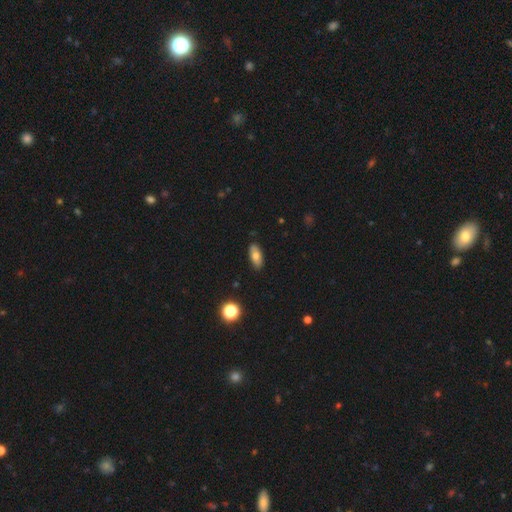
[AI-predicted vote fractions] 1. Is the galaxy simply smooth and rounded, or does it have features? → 74% smooth, 17% featured or disk, 9% star or artifact.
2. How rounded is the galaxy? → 82% in between, 14% cigar-shaped, 4% round.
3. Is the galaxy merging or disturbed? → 88% none, 9% minor disturbance, 2% major disturbance, 1% merger.